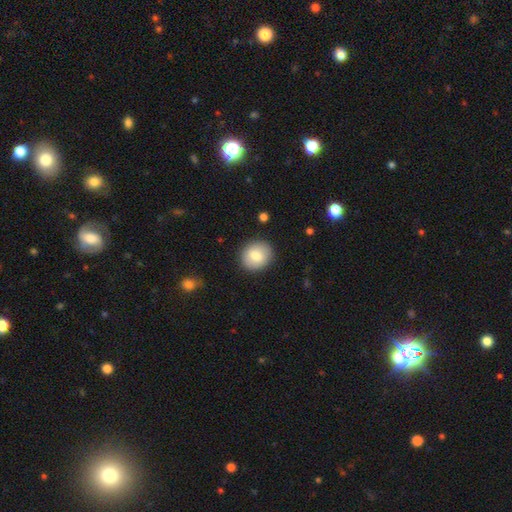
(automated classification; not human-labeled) Smooth or featured?
  - smooth: 79% *
  - featured or disk: 13%
  - star or artifact: 8%
How rounded?
  - round: 74% *
  - in between: 25%
  - cigar-shaped: 1%
Merging?
  - none: 89% *
  - minor disturbance: 8%
  - major disturbance: 2%
  - merger: 1%